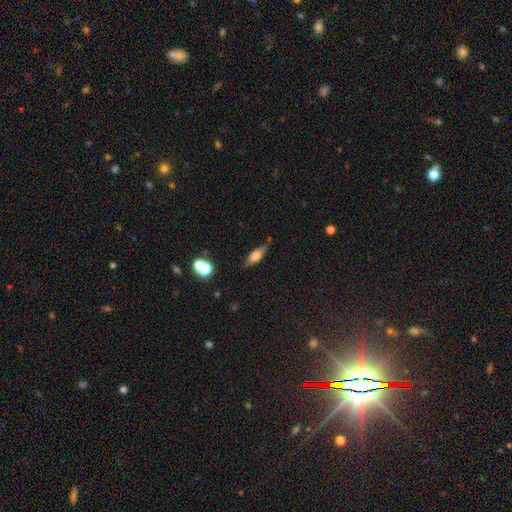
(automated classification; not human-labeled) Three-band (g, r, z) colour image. It shows a smooth galaxy with no disk features (60%) that is in between round and cigar-shaped (62%). Merging: none (74%).